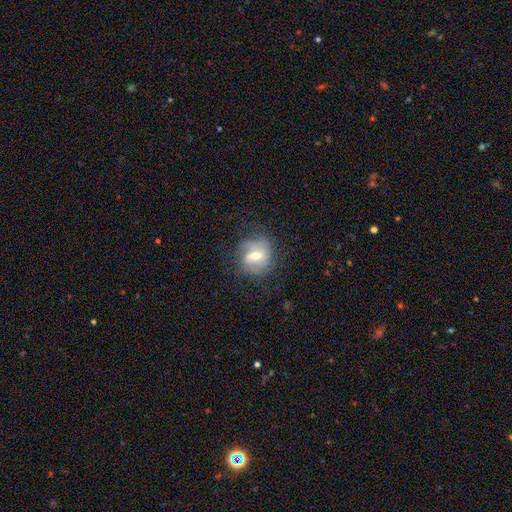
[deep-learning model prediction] A featured or disk galaxy (61%) with a weak bar (49%), spiral arms (74%) and a moderate central bulge (64%).

Vote fractions:
- Smooth or featured? featured or disk: 61% / smooth: 30% / star or artifact: 9%
- Edge-on disk? no: 94% / yes: 6%
- Bar? weak: 49% / strong: 30% / no: 22%
- Spiral arms? yes: 74% / no: 26%
- Bulge size? moderate: 64% / small: 29% / large: 5% / none: 1% / dominant: 1%
- Merging? none: 64% / minor disturbance: 22% / major disturbance: 13% / merger: 2%